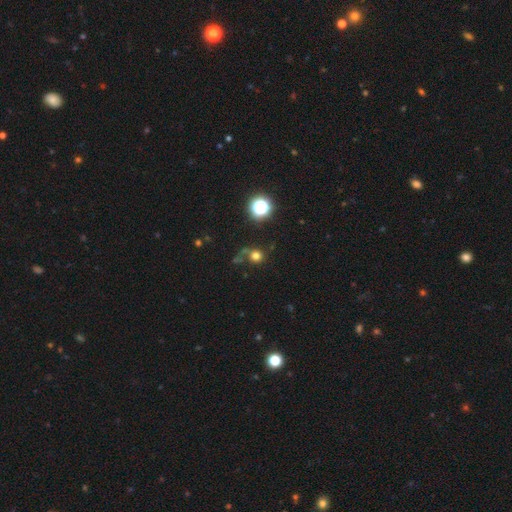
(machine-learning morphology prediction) Smooth or featured? smooth (71%)
How rounded? round (89%)
Merging? none (60%)